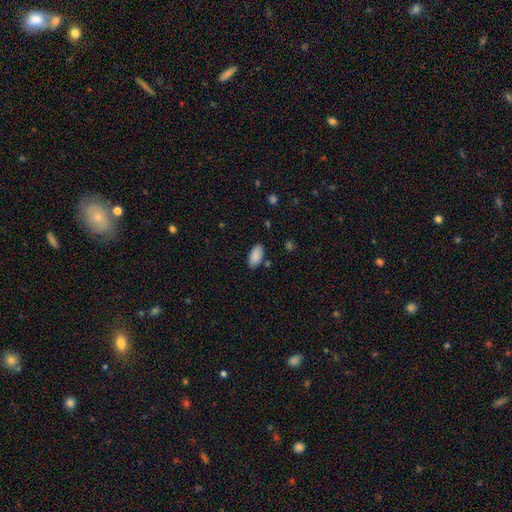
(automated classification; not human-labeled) Overall: smooth (89%). How rounded: in between (94%). Merging: none (83%).